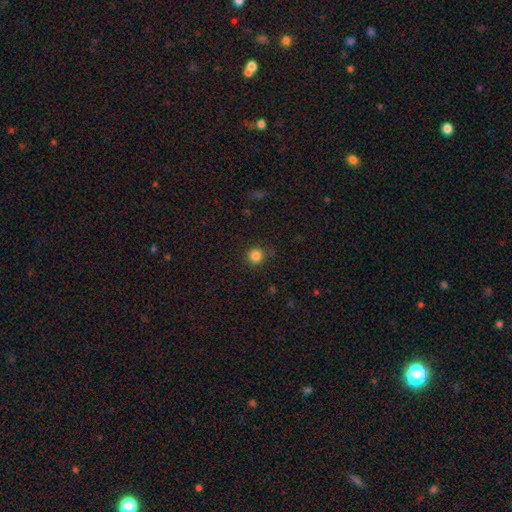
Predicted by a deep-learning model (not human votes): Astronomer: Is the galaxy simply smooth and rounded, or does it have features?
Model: smooth — 84%.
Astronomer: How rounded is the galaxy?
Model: round — 93%.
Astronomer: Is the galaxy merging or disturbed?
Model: none — 88%.